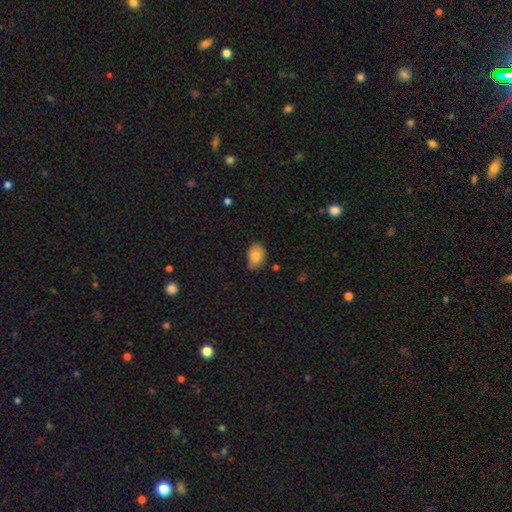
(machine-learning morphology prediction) A smooth galaxy with no disk features (85%) that is in between round and cigar-shaped (80%).

Vote fractions:
- Smooth or featured? smooth: 85% / star or artifact: 8% / featured or disk: 7%
- How rounded? in between: 80% / round: 19% / cigar-shaped: 1%
- Merging? none: 63% / minor disturbance: 31% / major disturbance: 4% / merger: 2%